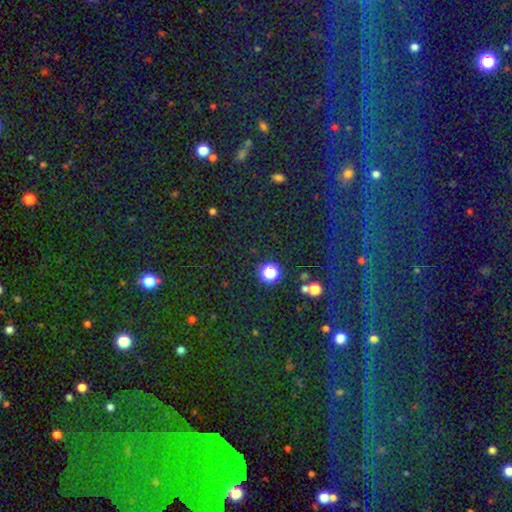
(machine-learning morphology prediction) This appears to be a star or artifact, not a galaxy (81%).